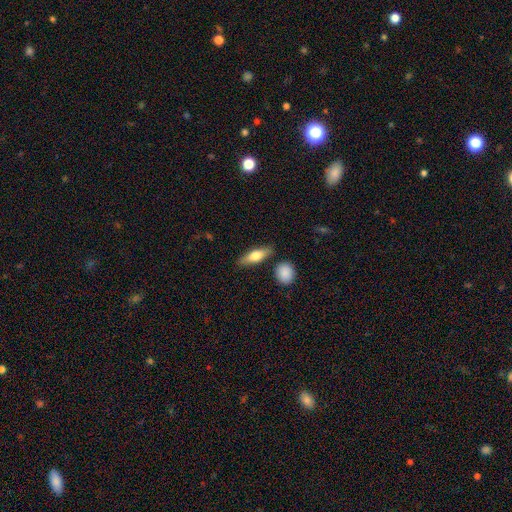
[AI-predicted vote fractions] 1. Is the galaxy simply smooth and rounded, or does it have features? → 64% smooth, 30% featured or disk, 6% star or artifact.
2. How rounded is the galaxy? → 52% in between, 44% cigar-shaped, 4% round.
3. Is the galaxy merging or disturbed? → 81% none, 11% minor disturbance, 5% merger, 3% major disturbance.